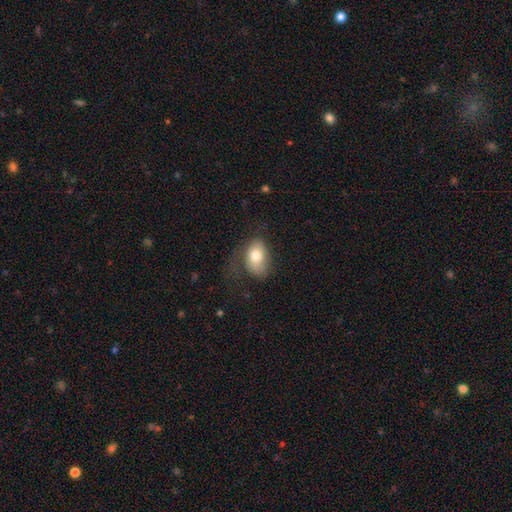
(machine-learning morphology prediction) Overall: smooth (75%). How rounded: in between (84%). Merging: none (49%; minor disturbance 29%).